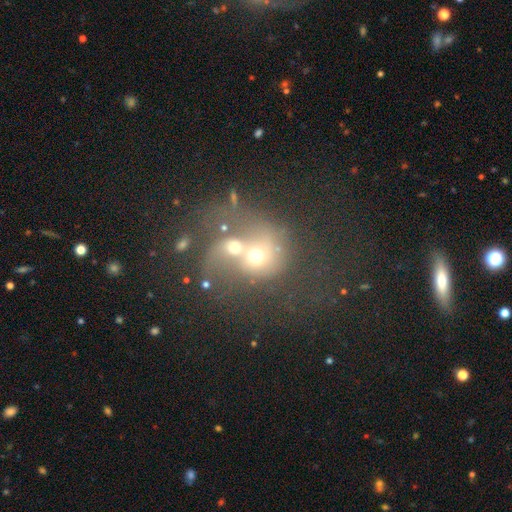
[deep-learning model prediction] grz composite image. It shows a featured or disk galaxy (42%). Merging: merger (65%).